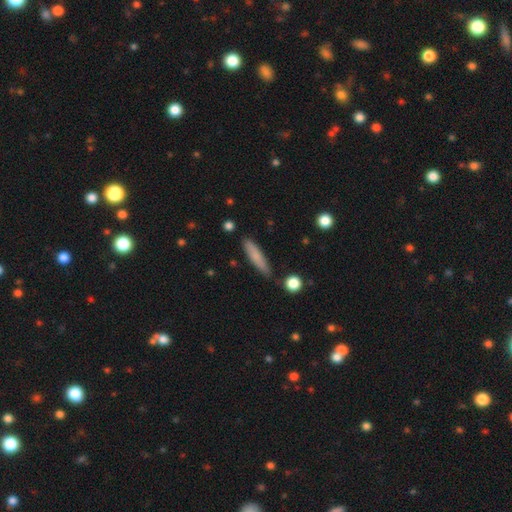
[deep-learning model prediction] The model was most divided on "smooth or featured": smooth: 78%, featured or disk: 16%, star or artifact: 7%. More confident: how rounded — cigar-shaped (85%); merging — none (82%).